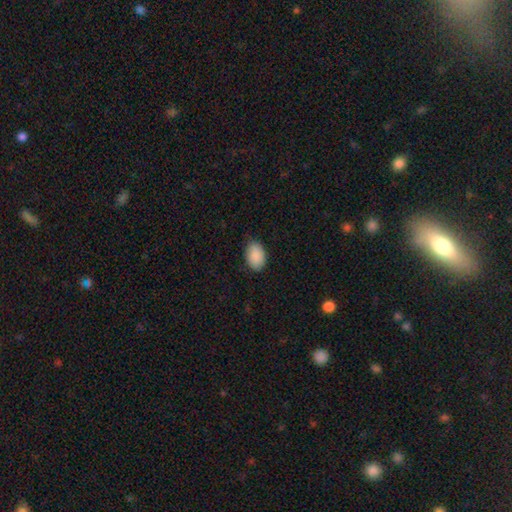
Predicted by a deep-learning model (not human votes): smooth_or_featured: smooth (p=0.91) [alt: star or artifact p=0.06]
how_rounded: in between (p=0.88) [alt: round p=0.11]
merging: none (p=0.83) [alt: minor disturbance p=0.14]